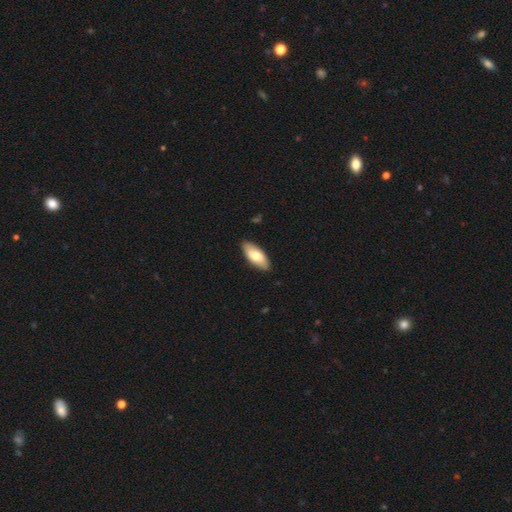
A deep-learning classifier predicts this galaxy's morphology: This is likely a smooth galaxy (74%). How rounded: clearly in between (84%). Merging: clearly none (88%).